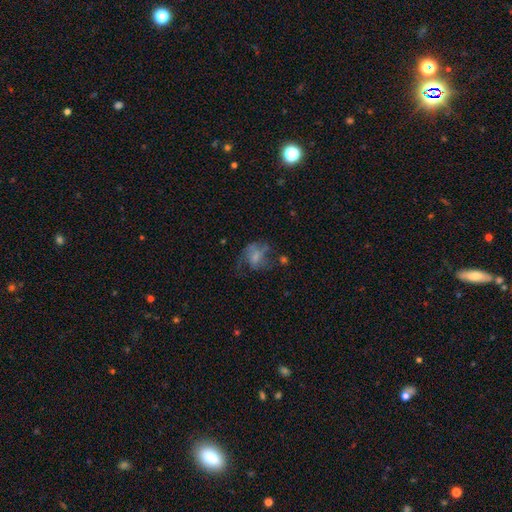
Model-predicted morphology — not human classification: type=smooth (45%); merging=major disturbance (43%).